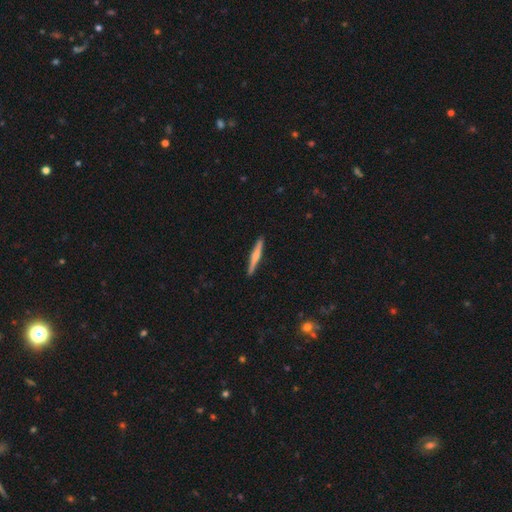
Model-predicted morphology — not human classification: Smooth or featured? smooth (49%)
Merging? none (91%)